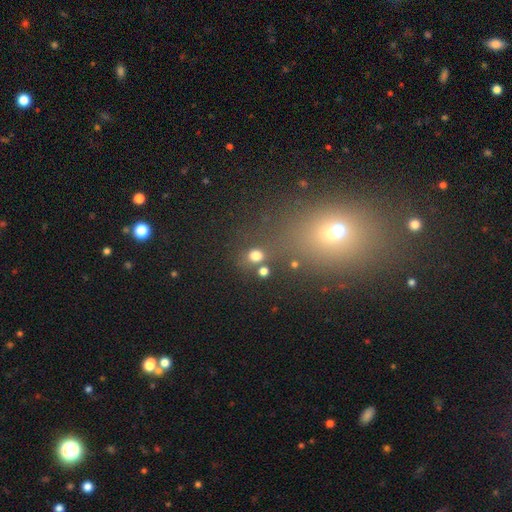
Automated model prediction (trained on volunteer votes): This appears to be a smooth galaxy with no disk features (74%) that is round (76%). Merging: none (73%).